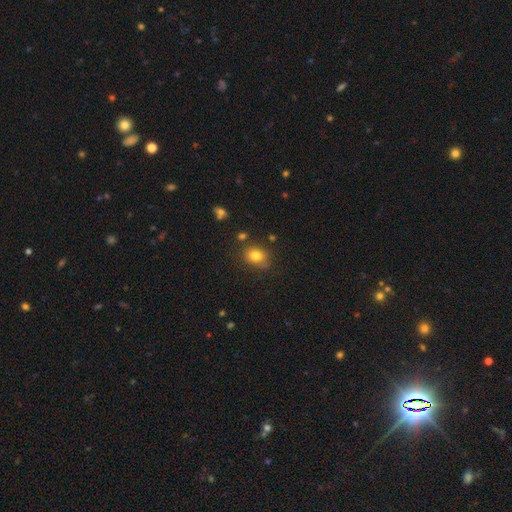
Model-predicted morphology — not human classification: This is likely a smooth galaxy (80%). How rounded: possibly in between (56%). Merging: likely none (74%).